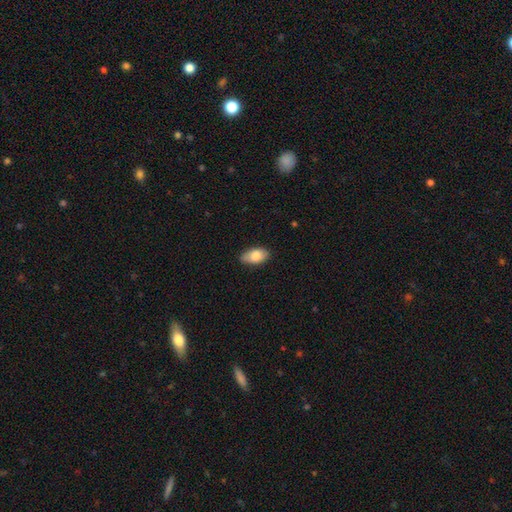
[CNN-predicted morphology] A smooth galaxy with no disk features (83%) that is in between round and cigar-shaped (93%). Merging: none (79%).